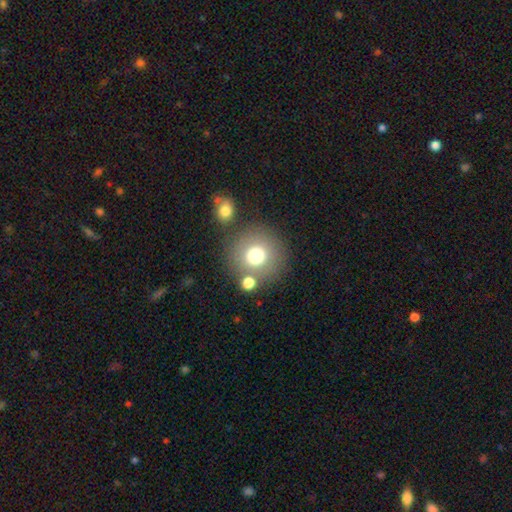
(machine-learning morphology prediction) A smooth galaxy with no disk features (73%) that is round (93%). Merging: none (74%).